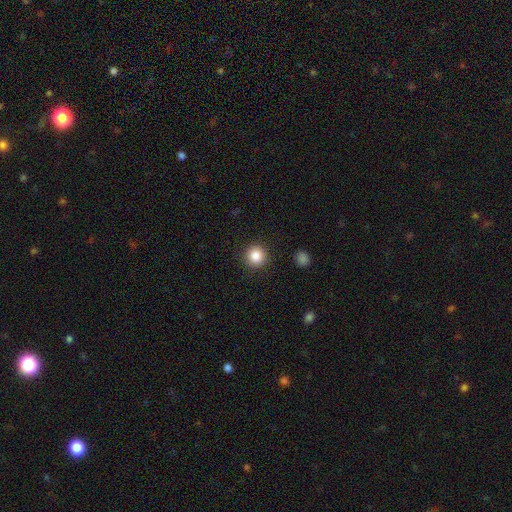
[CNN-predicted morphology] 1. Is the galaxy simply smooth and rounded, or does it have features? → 86% smooth, 10% star or artifact, 4% featured or disk.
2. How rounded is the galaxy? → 94% round, 5% in between, 1% cigar-shaped.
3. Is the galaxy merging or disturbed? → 91% none, 6% minor disturbance, 2% major disturbance, 1% merger.